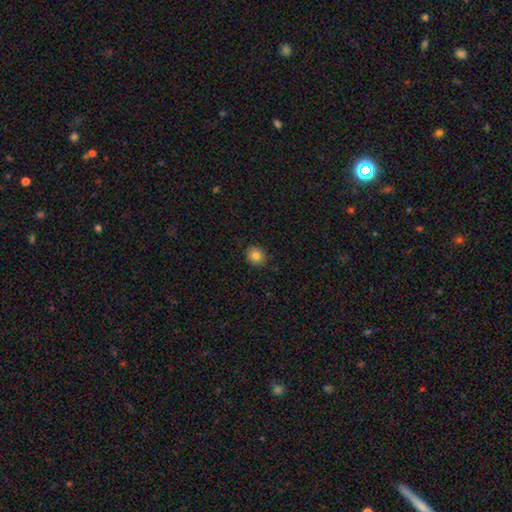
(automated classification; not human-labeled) This appears to be a smooth galaxy with no disk features (83%) that is round (85%). Merging: none (90%).